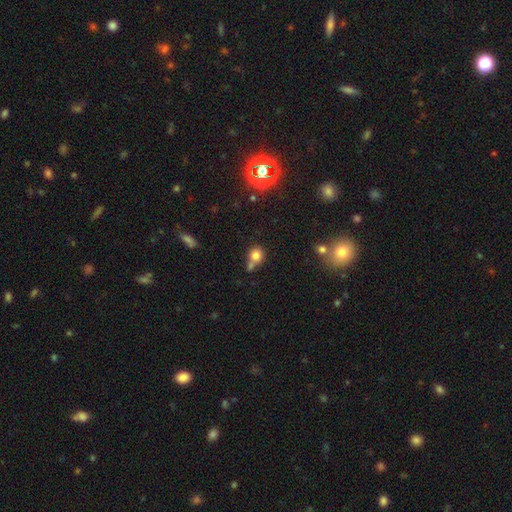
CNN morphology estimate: smooth-or-featured: smooth: 77% | star or artifact: 13% | featured or disk: 9%
  how-rounded: round: 81% | in between: 18% | cigar-shaped: 1%
  merging: none: 48% | merger: 31% | minor disturbance: 15% | major disturbance: 6%